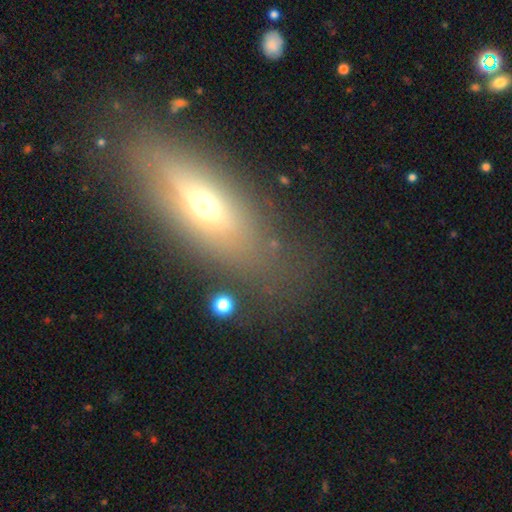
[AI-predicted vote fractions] This is possibly a smooth galaxy (47%). Merging: likely none (75%).